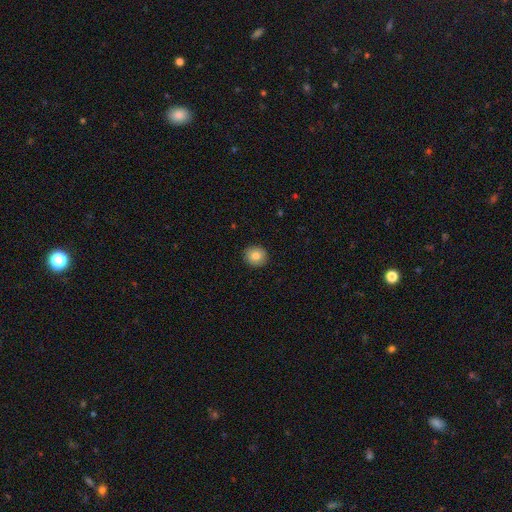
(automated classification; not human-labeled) smooth 83%, featured or disk 9%, star or artifact 9%. Down the decision tree: how rounded — round (92%); merging — none (92%).